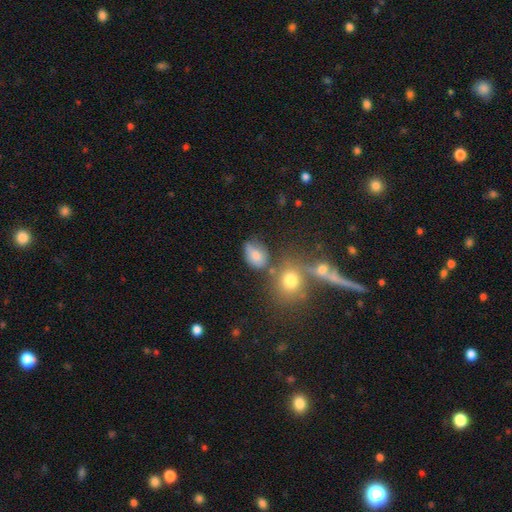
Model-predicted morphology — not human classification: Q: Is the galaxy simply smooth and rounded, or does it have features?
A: smooth — 74%.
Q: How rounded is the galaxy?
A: in between — 70%.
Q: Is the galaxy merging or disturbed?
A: none — 55%.